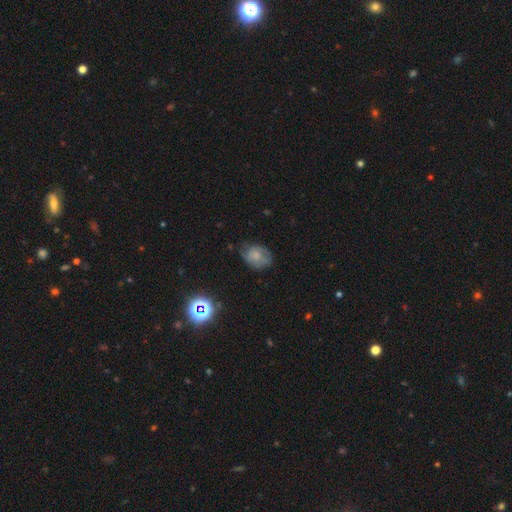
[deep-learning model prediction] This is possibly a smooth galaxy (53%). How rounded: likely in between (61%). Merging: possibly none (58%).